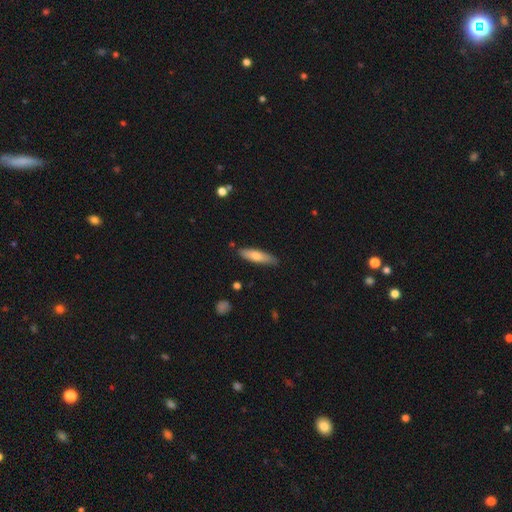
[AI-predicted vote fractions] This appears to be a smooth galaxy with no disk features (69%) that is cigar-shaped (69%). Merging: none (84%).